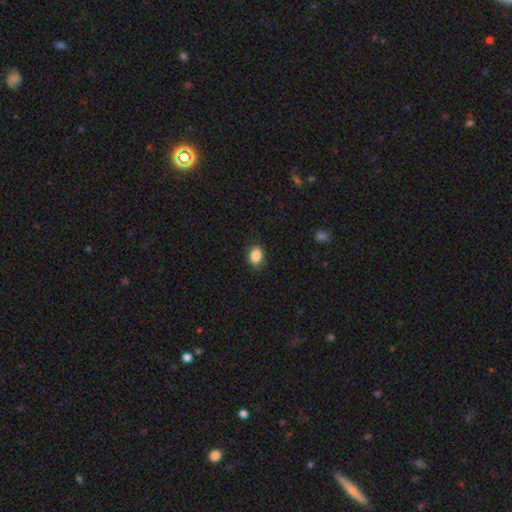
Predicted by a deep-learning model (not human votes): Smooth or featured: smooth — 88% (star or artifact — 8%)
How rounded: in between — 72% (round — 27%)
Merging: none — 80% (minor disturbance — 16%)